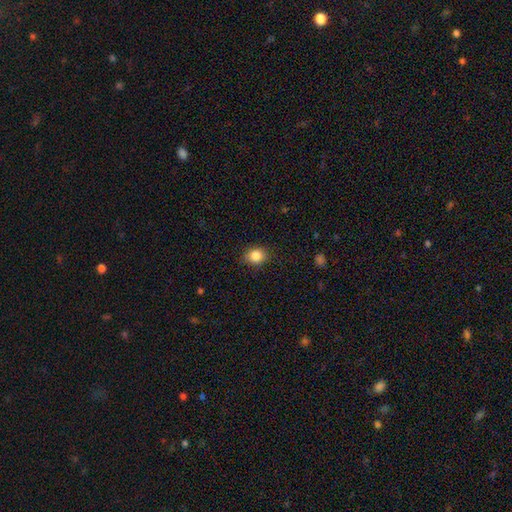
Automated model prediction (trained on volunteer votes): Smooth or featured?
  - smooth: 85% *
  - star or artifact: 10%
  - featured or disk: 6%
How rounded?
  - round: 56% *
  - in between: 43%
  - cigar-shaped: 1%
Merging?
  - none: 85% *
  - minor disturbance: 11%
  - major disturbance: 3%
  - merger: 1%